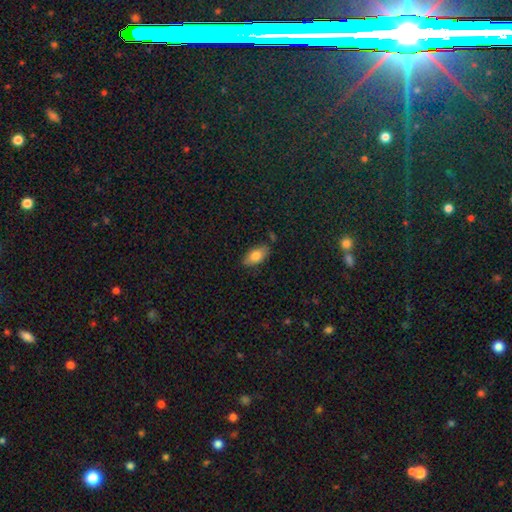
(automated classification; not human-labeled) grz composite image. It shows a smooth galaxy with no disk features (78%) that is in between round and cigar-shaped (91%). Merging: none (80%).